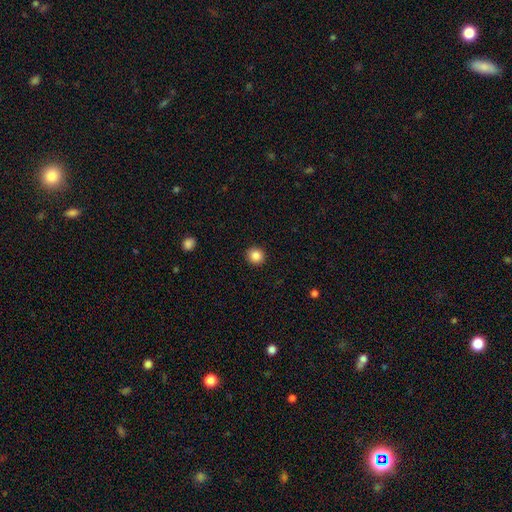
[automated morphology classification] A smooth galaxy with no disk features (86%) that is round (93%). Merging: none (93%).